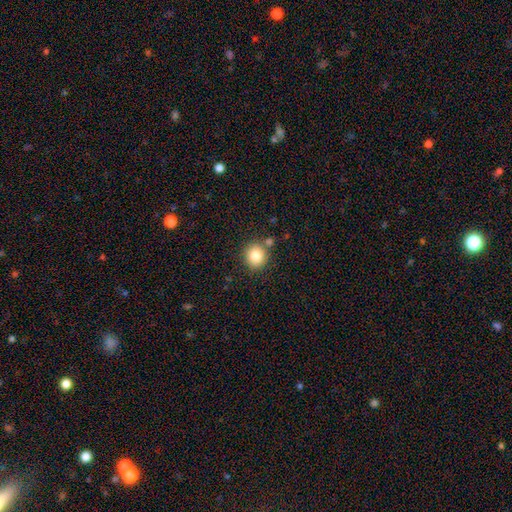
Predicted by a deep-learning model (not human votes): smooth_or_featured: smooth (p=0.83) [alt: star or artifact p=0.10]
how_rounded: round (p=0.82) [alt: in between p=0.17]
merging: none (p=0.80) [alt: minor disturbance p=0.09]